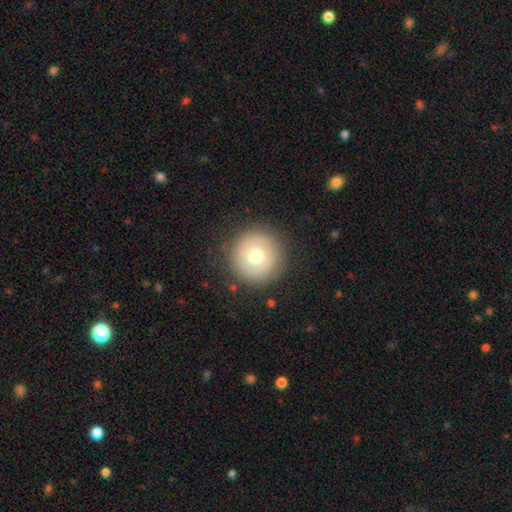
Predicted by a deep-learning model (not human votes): This appears to be a smooth galaxy with no disk features (64%) that is round (96%). Merging: none (88%).